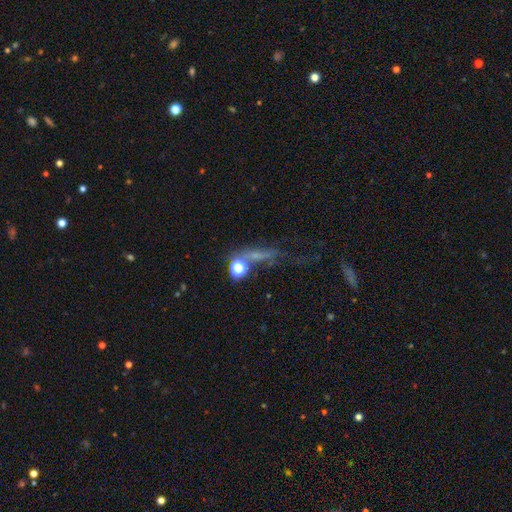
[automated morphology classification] Smooth or featured: smooth — 40% (star or artifact — 36%)
Merging: none — 48% (major disturbance — 22%)